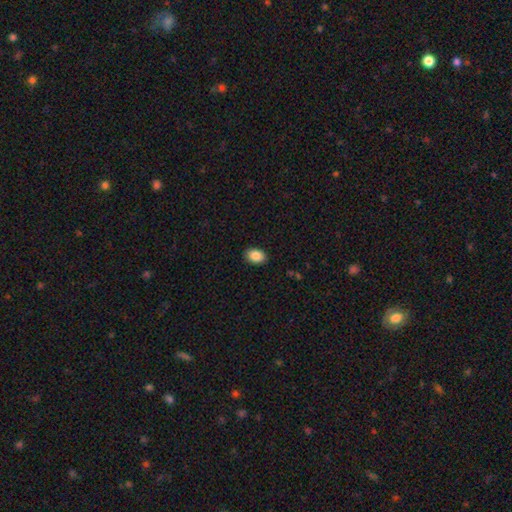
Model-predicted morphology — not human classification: This appears to be a smooth galaxy with no disk features (88%) that is in between round and cigar-shaped (83%). Merging: none (90%).